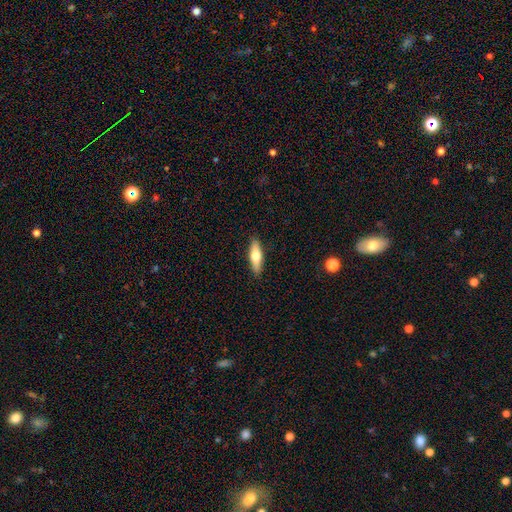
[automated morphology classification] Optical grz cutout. It shows a smooth galaxy with no disk features (60%) that is cigar-shaped (52%). Merging: none (90%).